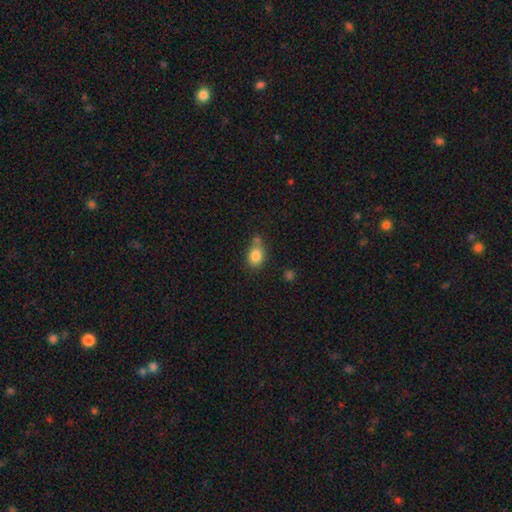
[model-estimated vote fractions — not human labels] Smooth or featured: smooth — 82% (star or artifact — 10%)
How rounded: in between — 58% (round — 40%)
Merging: none — 51% (minor disturbance — 22%)